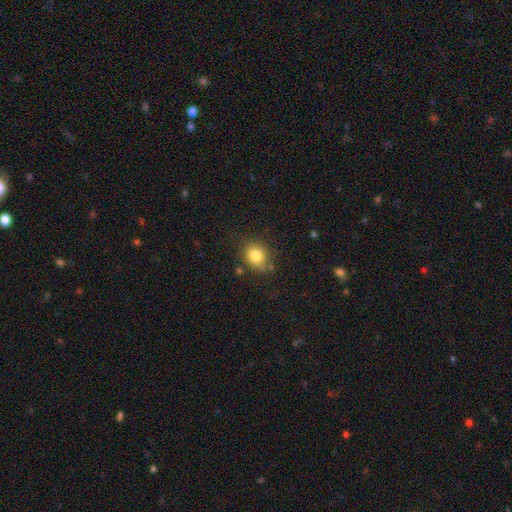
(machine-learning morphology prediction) The model was most divided on "how rounded": round: 72%, in between: 27%, cigar-shaped: 1%. More confident: smooth or featured — smooth (82%); merging — none (75%).